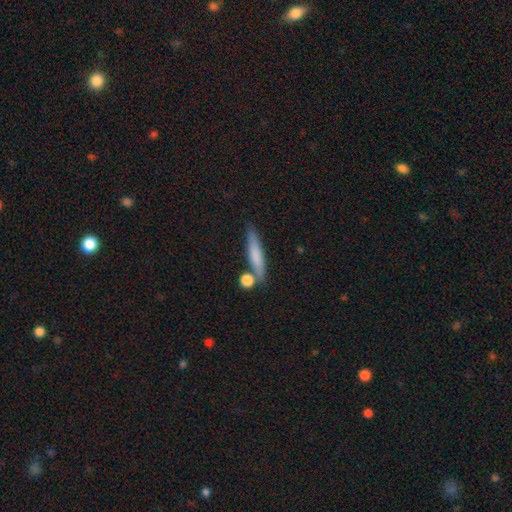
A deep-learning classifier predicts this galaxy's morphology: Smooth or featured?
  - smooth: 70% *
  - featured or disk: 23%
  - star or artifact: 7%
How rounded?
  - cigar-shaped: 86% *
  - in between: 11%
  - round: 3%
Merging?
  - none: 71% *
  - minor disturbance: 13%
  - merger: 12%
  - major disturbance: 4%